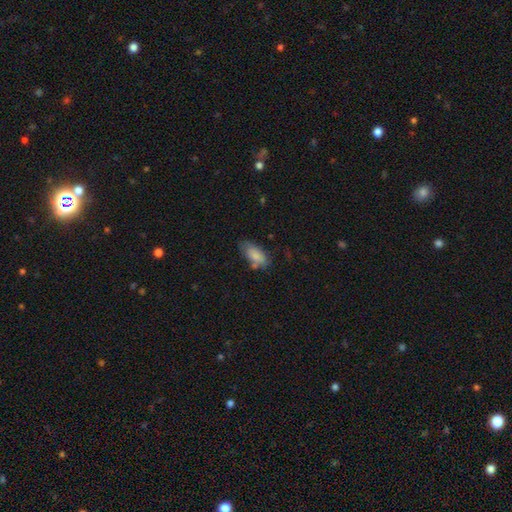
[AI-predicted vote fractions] A smooth galaxy with no disk features (82%) that is in between round and cigar-shaped (89%). Merging: none (63%).